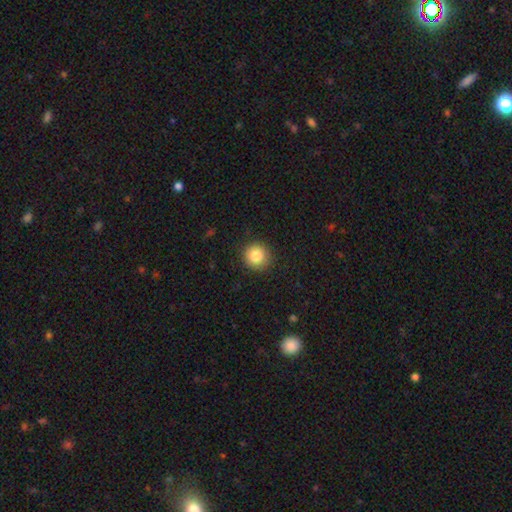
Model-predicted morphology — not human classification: Smooth or featured? Predicted: smooth (p=0.84). How rounded? Predicted: round (p=0.94). Merging? Predicted: none (p=0.90).